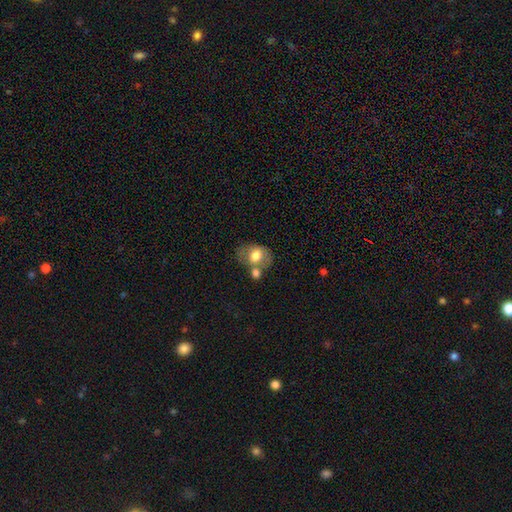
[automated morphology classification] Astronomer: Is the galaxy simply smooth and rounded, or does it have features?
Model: smooth — 68%.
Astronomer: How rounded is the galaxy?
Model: in between — 62% (runner-up: round, 37%).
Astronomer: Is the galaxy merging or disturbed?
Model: none — 44% (runner-up: merger, 33%).